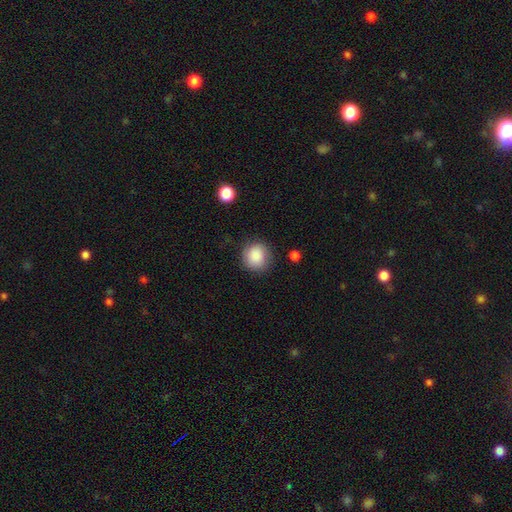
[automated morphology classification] type=smooth (88%); roundness=round (88%); merging=none (82%).